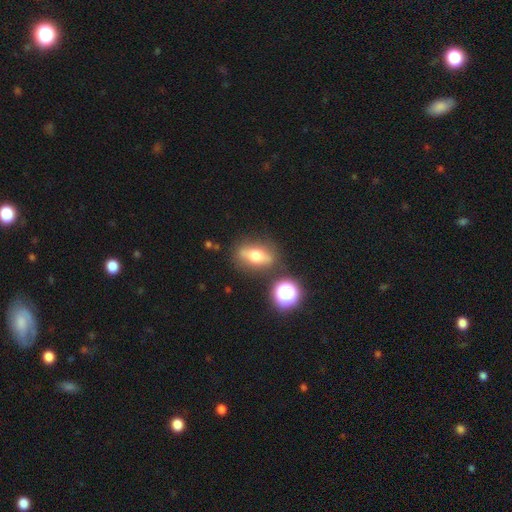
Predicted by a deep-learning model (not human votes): The model was most divided on "smooth or featured": smooth: 48%, featured or disk: 41%, star or artifact: 12%. More confident: merging — none (78%).